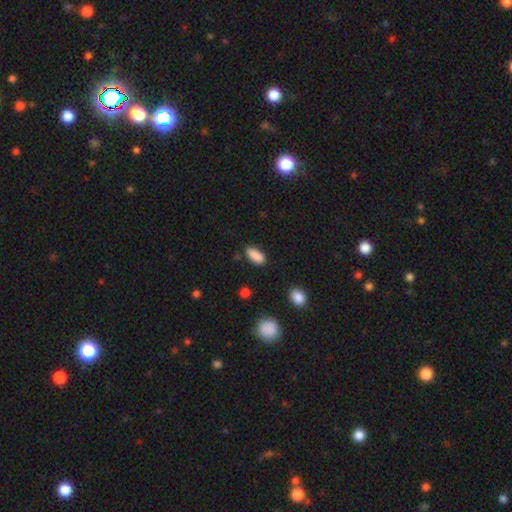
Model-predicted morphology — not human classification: smooth_or_featured: smooth (p=0.88) [alt: star or artifact p=0.08]
how_rounded: in between (p=0.86) [alt: cigar-shaped p=0.11]
merging: none (p=0.83) [alt: minor disturbance p=0.13]